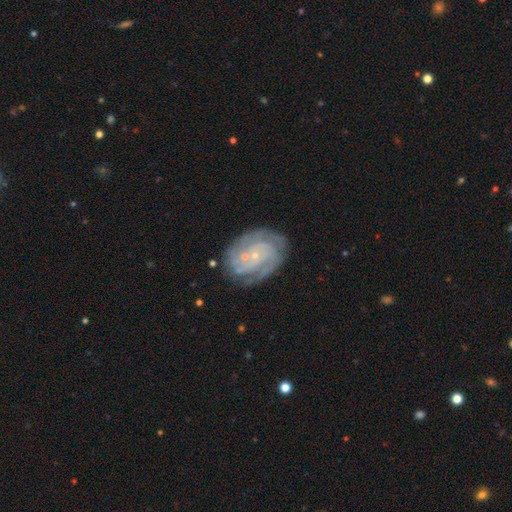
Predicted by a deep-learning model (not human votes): smooth-or-featured: featured or disk: 85% | smooth: 9% | star or artifact: 6%
  disk-edge-on: no: 97% | yes: 3%
    bar: no: 72% | weak: 22% | strong: 6%
    has-spiral-arms: yes: 96% | no: 4%
      spiral-winding: tight: 72% | medium: 23% | loose: 5%
      spiral-arm-count: 3: 25% | can't tell: 23% | 2: 21% | 4: 18% | more than 4: 7% | 1: 6%
    bulge-size: small: 84% | moderate: 10% | none: 3% | large: 1% | dominant: 1%
  merging: none: 74% | minor disturbance: 16% | major disturbance: 6% | merger: 4%